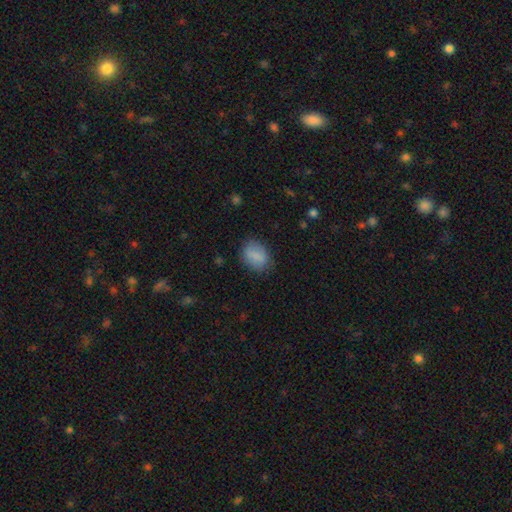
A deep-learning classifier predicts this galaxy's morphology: This is clearly a smooth galaxy (84%). How rounded: likely in between (67%). Merging: likely none (78%).